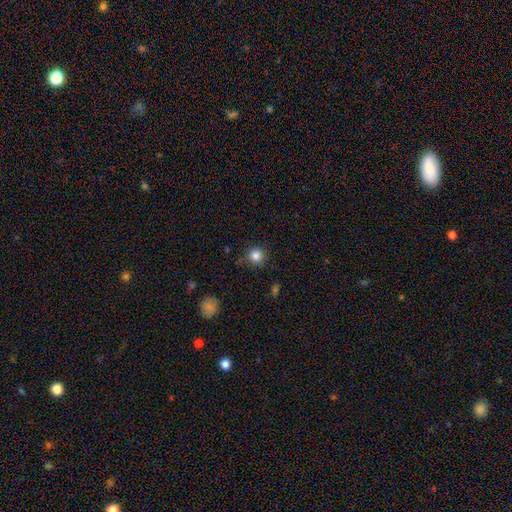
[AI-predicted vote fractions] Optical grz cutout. It shows a smooth galaxy with no disk features (84%) that is round (93%). Merging: none (82%).